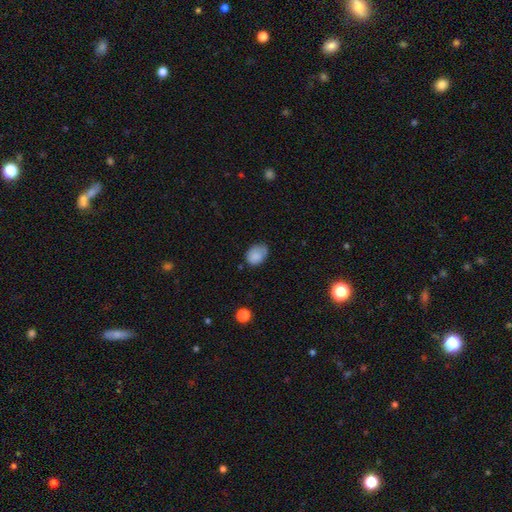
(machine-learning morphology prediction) This is clearly a smooth galaxy (84%). How rounded: likely in between (70%). Merging: possibly none (57%).